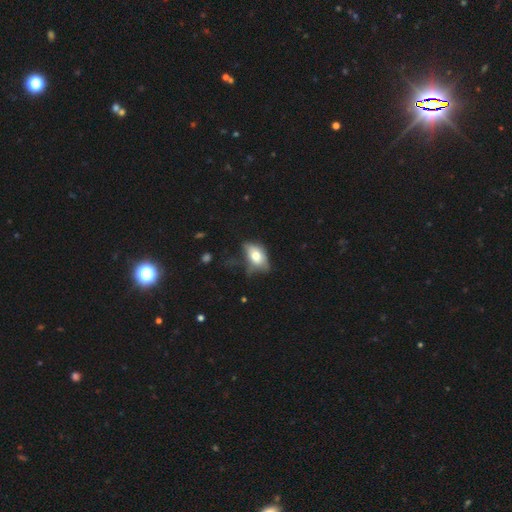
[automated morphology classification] This is likely a smooth galaxy (65%). How rounded: clearly in between (86%). Merging: marginally none (35%).